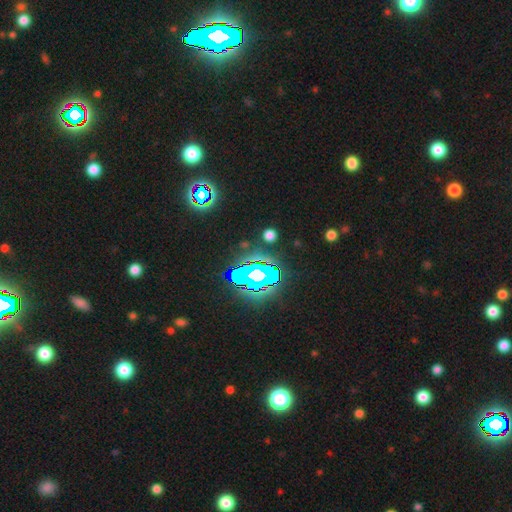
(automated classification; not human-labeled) Smooth or featured?
  - star or artifact: 83% *
  - smooth: 10%
  - featured or disk: 7%